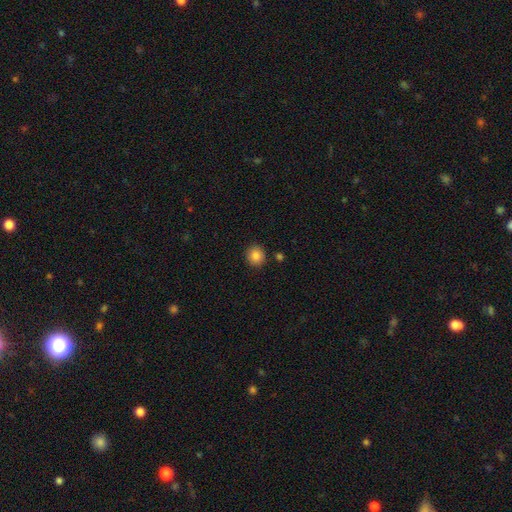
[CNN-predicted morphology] This is clearly a smooth galaxy (84%). How rounded: clearly round (87%). Merging: clearly none (88%).